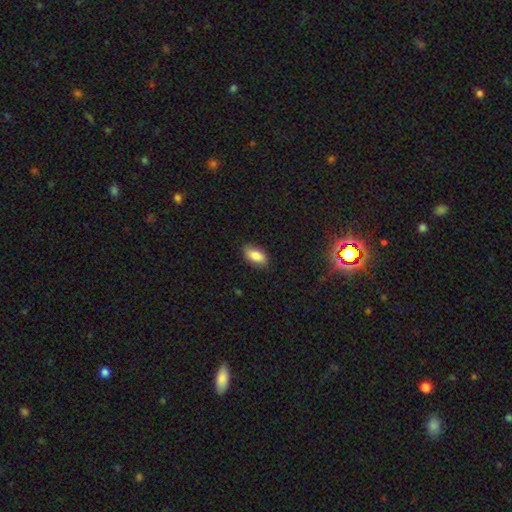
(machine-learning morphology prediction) Smooth or featured? Predicted: smooth (p=0.86). How rounded? Predicted: in between (p=0.91). Merging? Predicted: none (p=0.83).